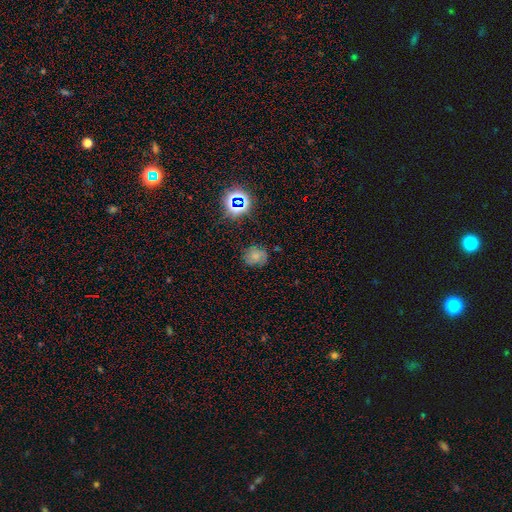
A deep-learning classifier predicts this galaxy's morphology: A smooth galaxy with no disk features (57%) that is round (74%).

Vote fractions:
- Smooth or featured? smooth: 57% / star or artifact: 22% / featured or disk: 21%
- How rounded? round: 74% / in between: 25% / cigar-shaped: 1%
- Merging? none: 72% / minor disturbance: 20% / major disturbance: 6% / merger: 2%